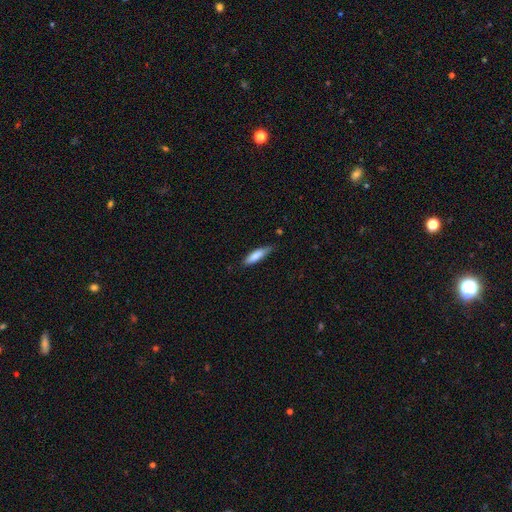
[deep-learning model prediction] This appears to be a smooth galaxy with no disk features (82%) that is cigar-shaped (63%). Merging: none (69%).